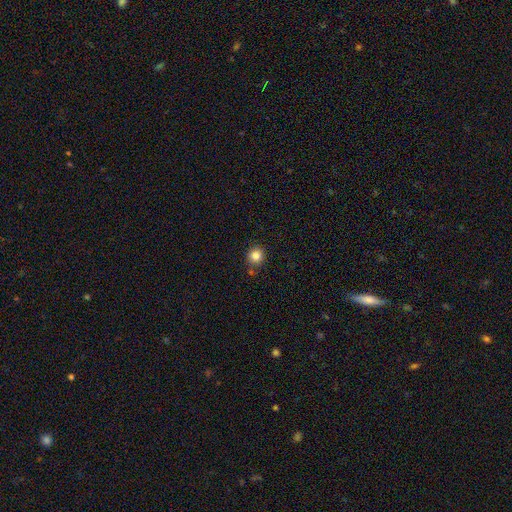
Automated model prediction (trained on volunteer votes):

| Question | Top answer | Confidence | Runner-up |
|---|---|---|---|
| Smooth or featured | smooth | 84% | star or artifact (11%) |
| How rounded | round | 91% | in between (8%) |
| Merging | none | 82% | minor disturbance (11%) |